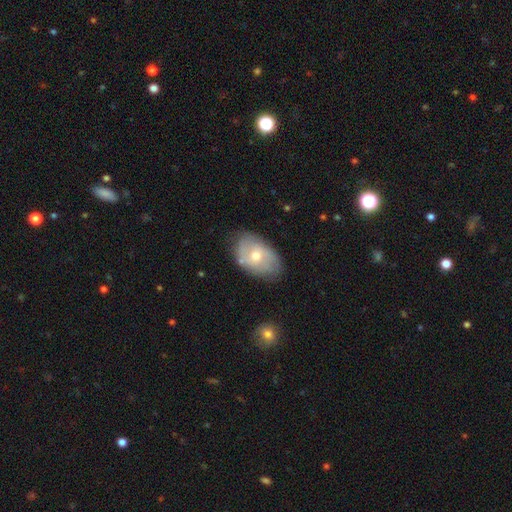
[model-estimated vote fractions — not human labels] Smooth or featured? Predicted: featured or disk (p=0.49). Merging? Predicted: none (p=0.69).